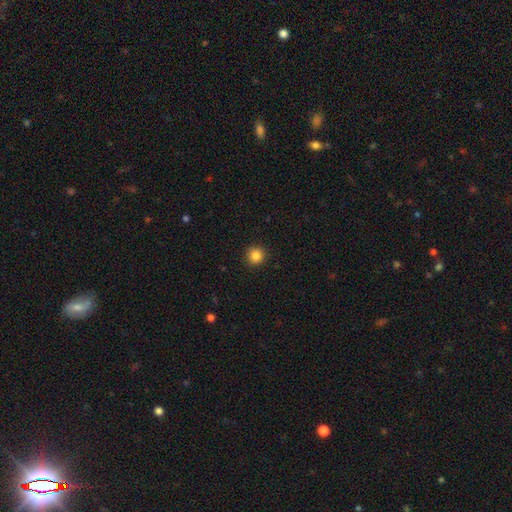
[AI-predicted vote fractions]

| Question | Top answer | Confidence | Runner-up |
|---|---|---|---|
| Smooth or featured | smooth | 85% | star or artifact (11%) |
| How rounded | round | 94% | in between (5%) |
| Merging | none | 92% | minor disturbance (5%) |